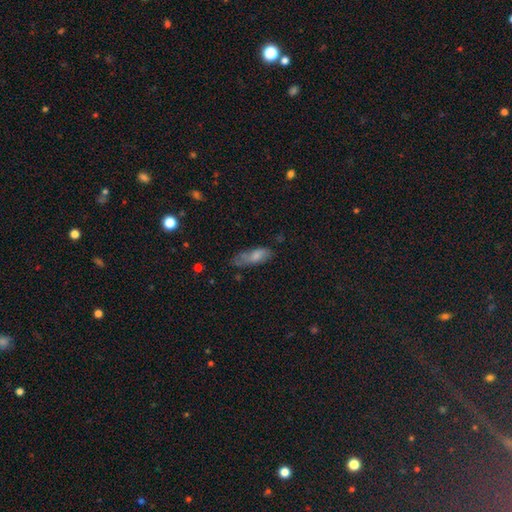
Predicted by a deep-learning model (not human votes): Overall: smooth (71%). How rounded: in between (66%; cigar-shaped 31%). Merging: none (49%; minor disturbance 33%).